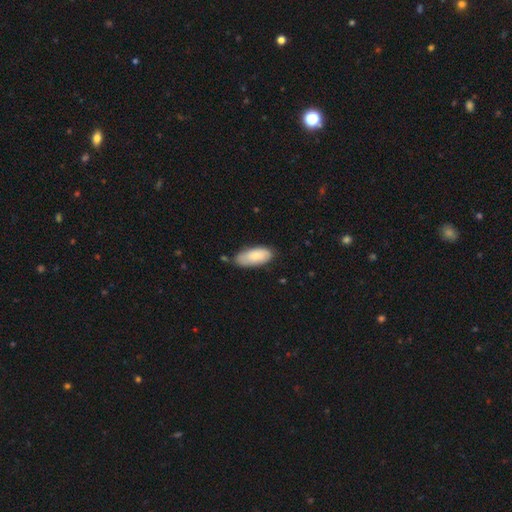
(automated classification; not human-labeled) smooth-or-featured: smooth: 78% | featured or disk: 16% | star or artifact: 6%
  how-rounded: in between: 87% | cigar-shaped: 11% | round: 2%
  merging: none: 66% | minor disturbance: 26% | major disturbance: 4% | merger: 4%